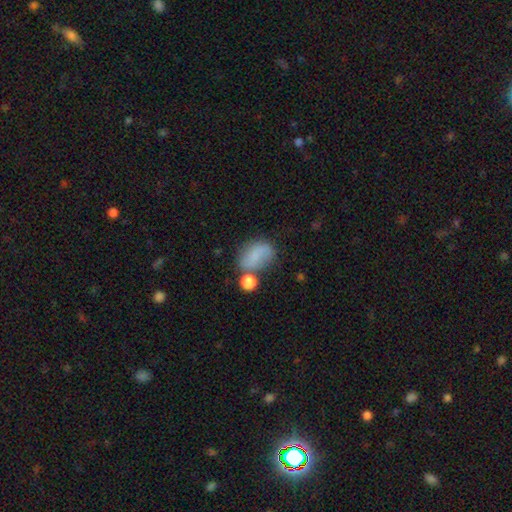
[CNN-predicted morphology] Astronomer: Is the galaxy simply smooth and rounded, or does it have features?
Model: smooth — 69%.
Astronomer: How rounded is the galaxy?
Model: in between — 76%.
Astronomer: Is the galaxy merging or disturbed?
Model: none — 51%.